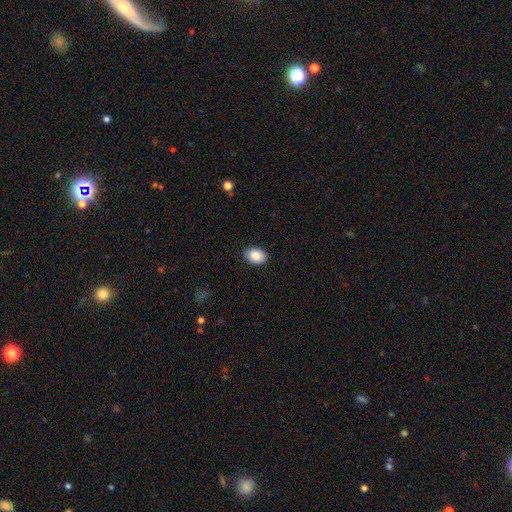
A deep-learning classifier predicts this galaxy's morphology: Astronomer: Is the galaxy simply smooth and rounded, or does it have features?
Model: smooth — 89%.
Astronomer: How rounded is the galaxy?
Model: in between — 75%.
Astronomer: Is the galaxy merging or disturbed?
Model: none — 87%.